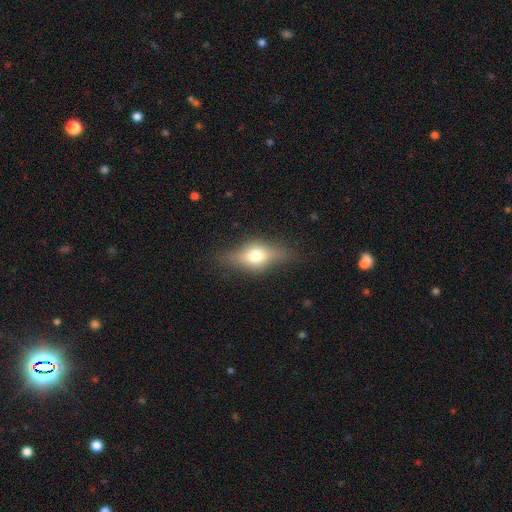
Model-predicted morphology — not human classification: Smooth or featured: smooth — 49% (featured or disk — 41%)
Merging: none — 73% (minor disturbance — 18%)